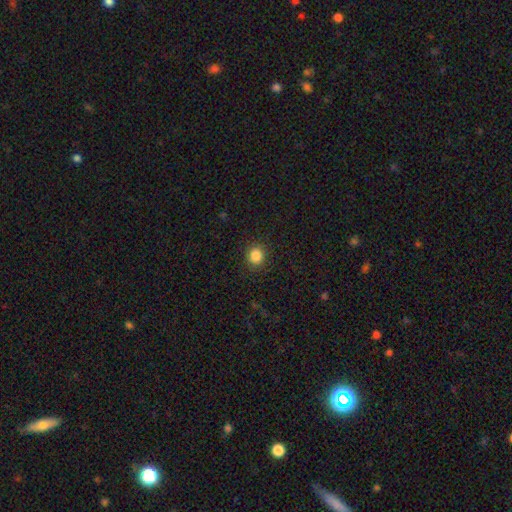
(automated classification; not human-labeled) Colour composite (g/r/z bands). It shows a smooth galaxy with no disk features (85%) that is round (85%). Merging: none (90%).